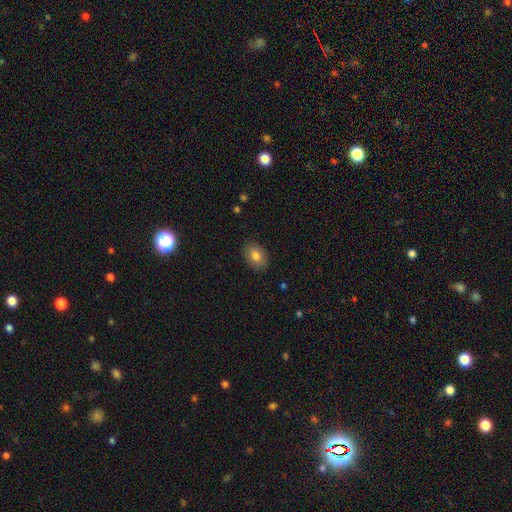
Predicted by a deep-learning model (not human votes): Overall: smooth (80%). How rounded: in between (81%). Merging: none (87%).